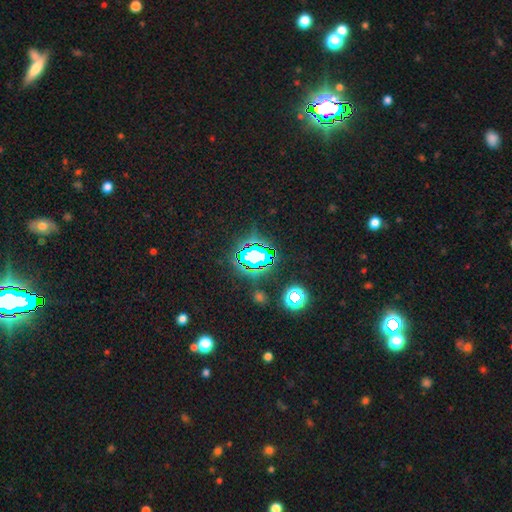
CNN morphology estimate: smooth-or-featured: star or artifact: 71% | smooth: 18% | featured or disk: 11%